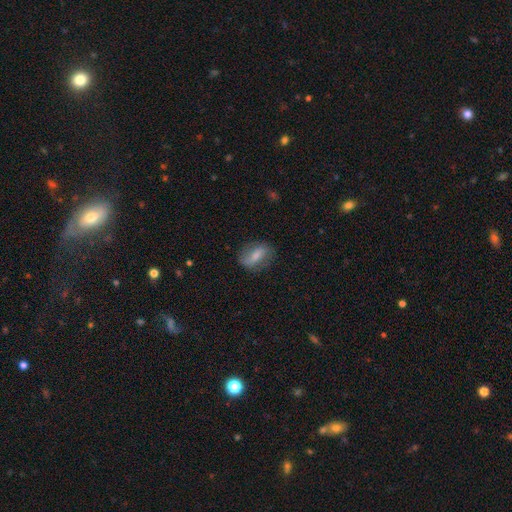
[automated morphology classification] smooth 57%, featured or disk 35%, star or artifact 8%. Down the decision tree: how rounded — in between (75%); merging — none (76%).